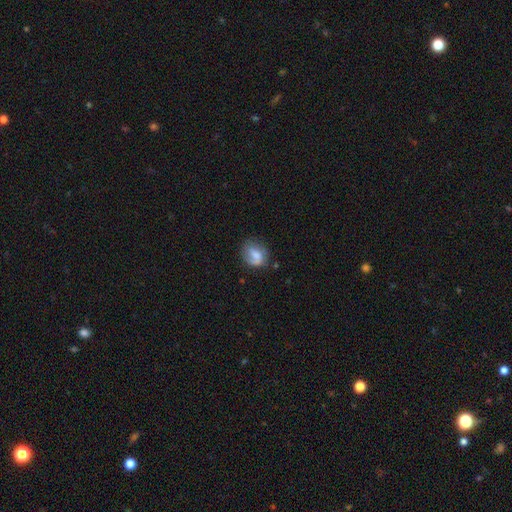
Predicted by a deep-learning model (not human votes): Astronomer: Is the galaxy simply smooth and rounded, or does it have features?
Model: smooth — 61%.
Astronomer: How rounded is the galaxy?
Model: round — 53% (runner-up: in between, 46%).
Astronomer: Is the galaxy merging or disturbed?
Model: none — 58%.